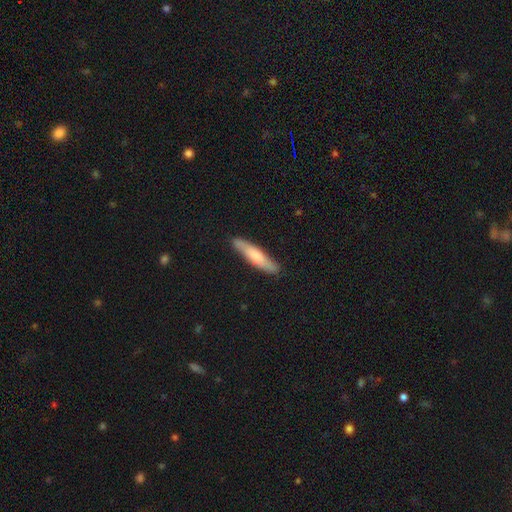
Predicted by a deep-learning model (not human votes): Overall: smooth (63%; featured or disk 32%). How rounded: cigar-shaped (85%). Merging: none (87%).